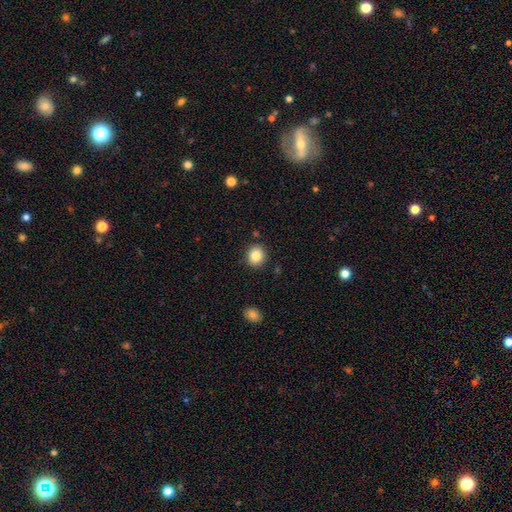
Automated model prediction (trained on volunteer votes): Smooth or featured: smooth — 85% (star or artifact — 9%)
How rounded: round — 82% (in between — 18%)
Merging: none — 89% (minor disturbance — 7%)